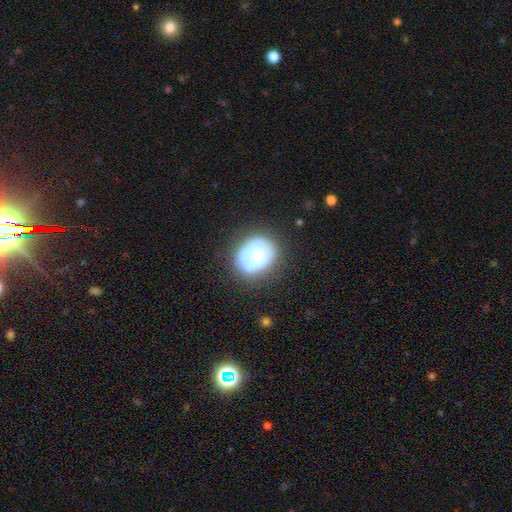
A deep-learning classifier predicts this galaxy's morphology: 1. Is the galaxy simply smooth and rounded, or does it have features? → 48% featured or disk, 43% smooth, 8% star or artifact.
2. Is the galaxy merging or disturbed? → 48% none, 24% minor disturbance, 15% major disturbance, 13% merger.